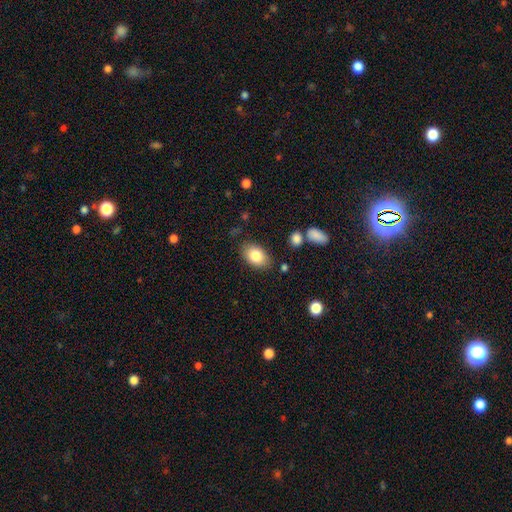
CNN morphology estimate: Overall: smooth (83%). How rounded: in between (88%). Merging: none (81%).